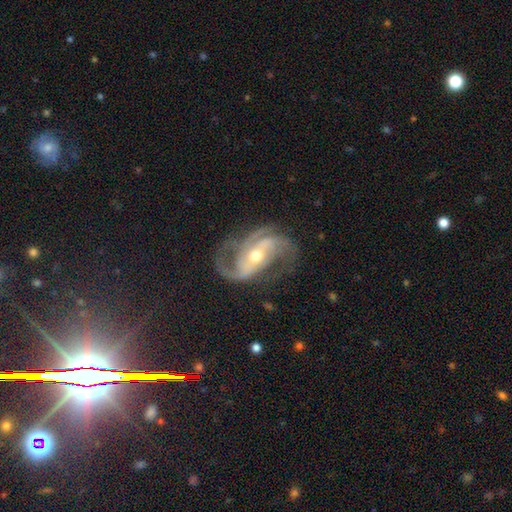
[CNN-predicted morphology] smooth-or-featured: featured or disk: 90% | star or artifact: 5% | smooth: 4%
  disk-edge-on: no: 97% | yes: 3%
    bar: strong: 34% | no: 33% | weak: 33%
    has-spiral-arms: yes: 97% | no: 3%
      spiral-winding: medium: 50% | loose: 29% | tight: 21%
      spiral-arm-count: 2: 48% | 3: 31% | can't tell: 7% | 4: 6% | 1: 4% | more than 4: 4%
    bulge-size: moderate: 62% | small: 34% | large: 3% | none: 1% | dominant: 1%
  merging: none: 63% | minor disturbance: 19% | major disturbance: 16% | merger: 2%